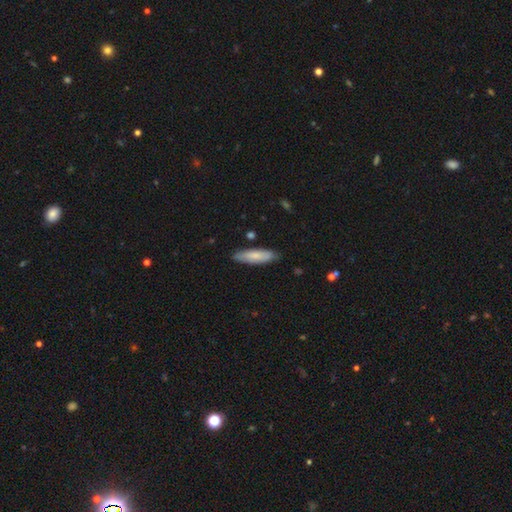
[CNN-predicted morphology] The model was most divided on "how rounded": cigar-shaped: 62%, in between: 37%, round: 1%. More confident: merging — none (85%); smooth or featured — smooth (76%).